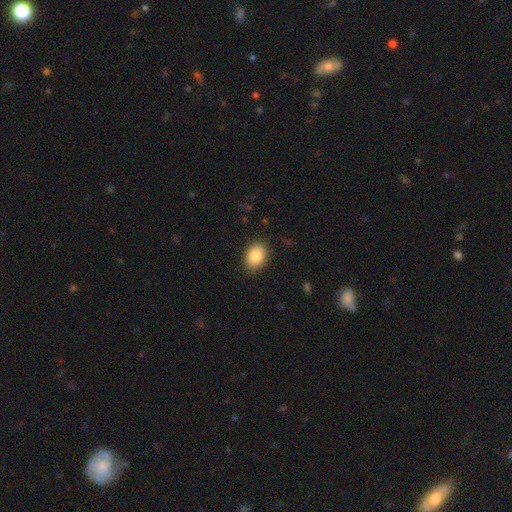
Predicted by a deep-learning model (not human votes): The model was most divided on "how rounded": in between: 77%, round: 22%, cigar-shaped: 1%. More confident: smooth or featured — smooth (87%); merging — none (87%).